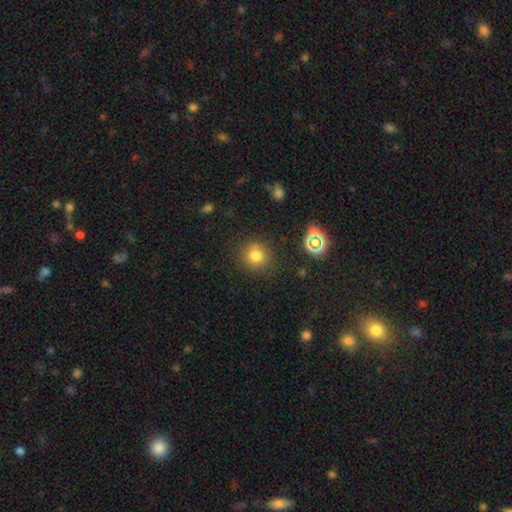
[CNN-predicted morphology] A smooth galaxy with no disk features (77%) that is round (89%). Merging: none (85%).